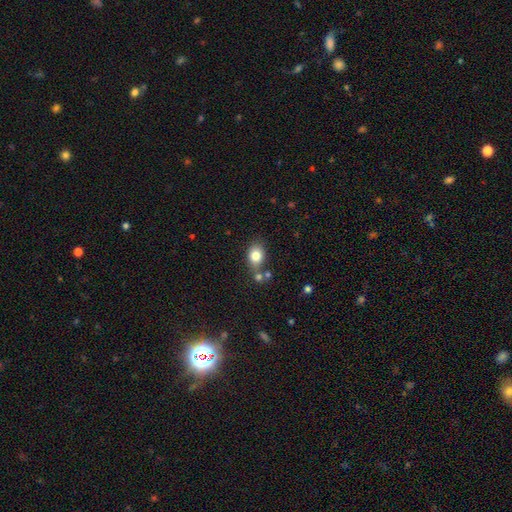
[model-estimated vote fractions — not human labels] Smooth or featured? smooth (81%)
How rounded? in between (67%)
Merging? none (65%)